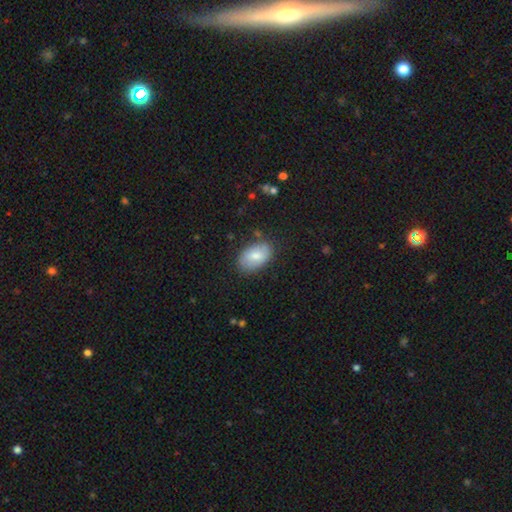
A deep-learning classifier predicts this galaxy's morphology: A smooth galaxy with no disk features (76%) that is in between round and cigar-shaped (91%).

Vote fractions:
- Smooth or featured? smooth: 76% / featured or disk: 18% / star or artifact: 7%
- How rounded? in between: 91% / round: 8% / cigar-shaped: 1%
- Merging? none: 77% / minor disturbance: 17% / major disturbance: 4% / merger: 2%